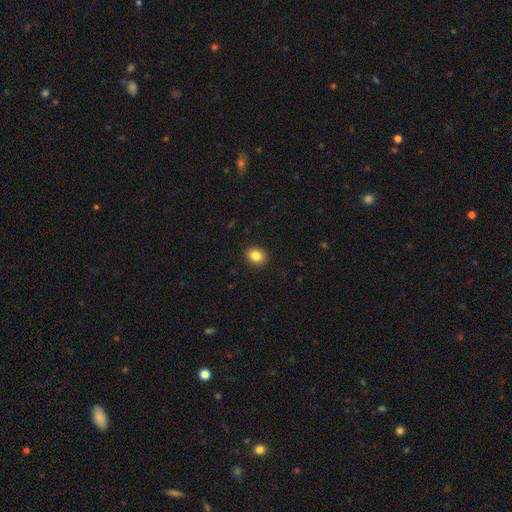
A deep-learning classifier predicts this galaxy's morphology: Smooth or featured? Predicted: smooth (p=0.84). How rounded? Predicted: round (p=0.60). Merging? Predicted: none (p=0.92).